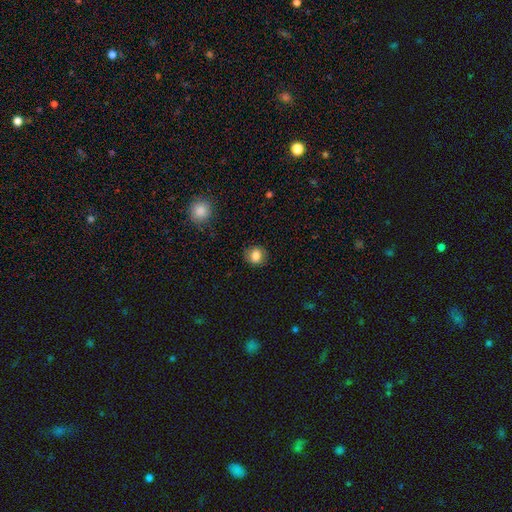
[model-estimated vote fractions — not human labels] The model was most divided on "how rounded": round: 72%, in between: 27%, cigar-shaped: 1%. More confident: merging — none (84%); smooth or featured — smooth (82%).